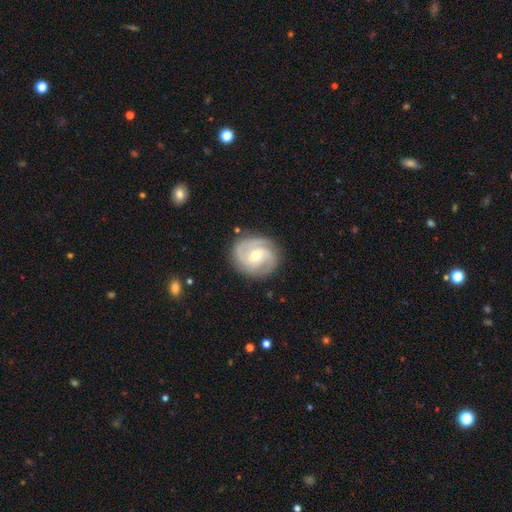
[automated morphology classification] This appears to be a featured or disk galaxy (87%) with a weak bar (49%), 2 (44%) tight (46%) spiral arms (97%) and a moderate central bulge (60%). Merging: none (83%).